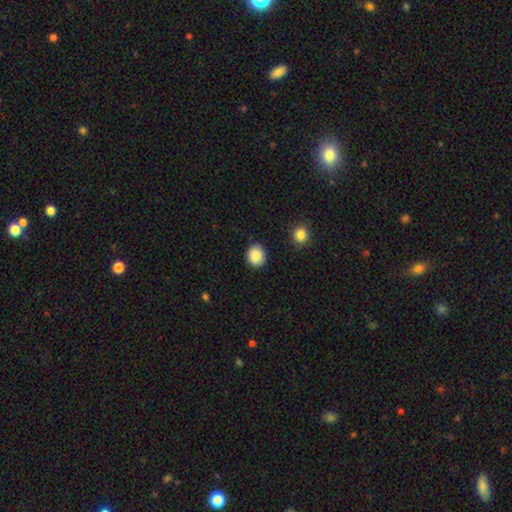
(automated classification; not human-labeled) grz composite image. It shows a smooth galaxy with no disk features (88%) that is round (70%). Merging: none (86%).